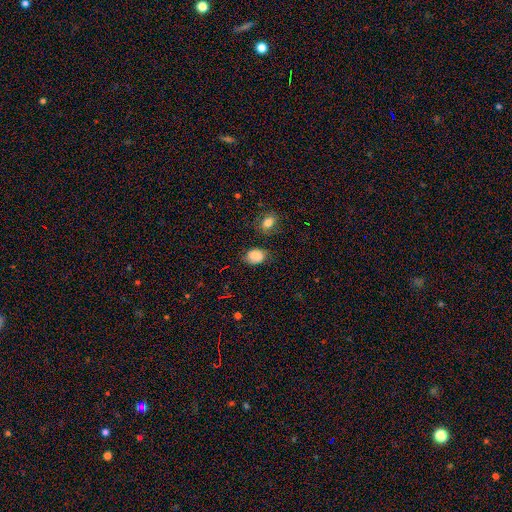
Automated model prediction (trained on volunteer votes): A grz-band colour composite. It shows a smooth galaxy with no disk features (76%) that is in between round and cigar-shaped (64%). Merging: none (68%).